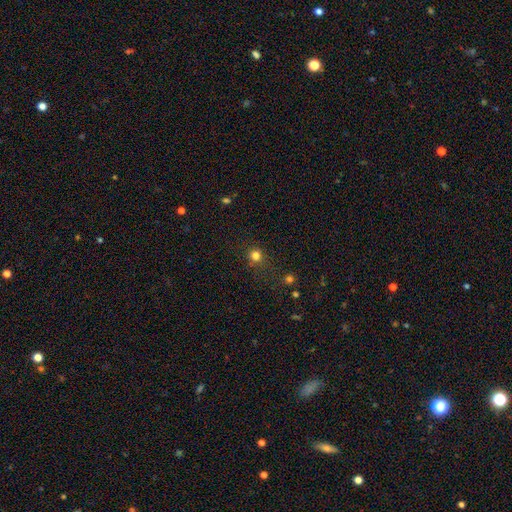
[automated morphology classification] Smooth or featured? Predicted: smooth (p=0.76). How rounded? Predicted: round (p=0.88). Merging? Predicted: none (p=0.75).